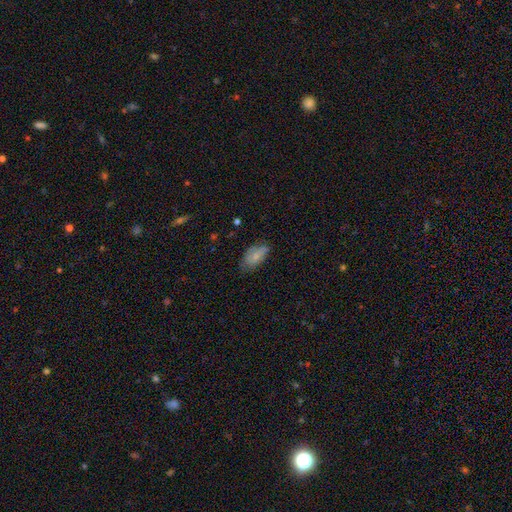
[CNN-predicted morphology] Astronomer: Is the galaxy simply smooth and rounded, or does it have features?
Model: smooth — 73%.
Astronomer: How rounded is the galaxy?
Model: in between — 93%.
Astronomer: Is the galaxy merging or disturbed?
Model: none — 56% (runner-up: minor disturbance, 33%).